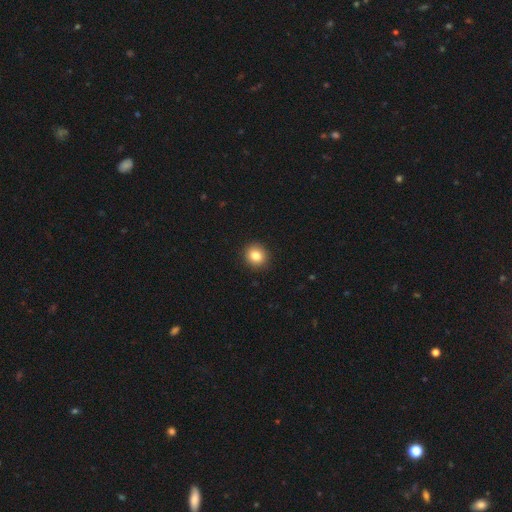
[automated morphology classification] smooth-or-featured: smooth: 84% | star or artifact: 10% | featured or disk: 6%
  how-rounded: round: 83% | in between: 16% | cigar-shaped: 1%
  merging: none: 92% | minor disturbance: 6% | major disturbance: 2% | merger: 1%